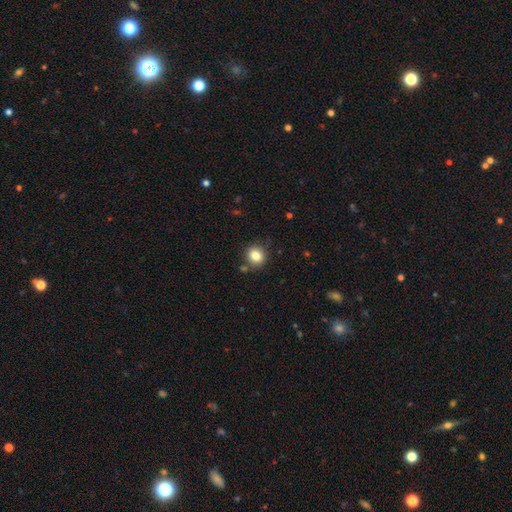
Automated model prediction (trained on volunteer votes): Q: Smooth or featured?
A: smooth (82%); runner-up: star or artifact (11%)
Q: How rounded?
A: round (77%); runner-up: in between (23%)
Q: Merging?
A: none (80%); runner-up: minor disturbance (11%)